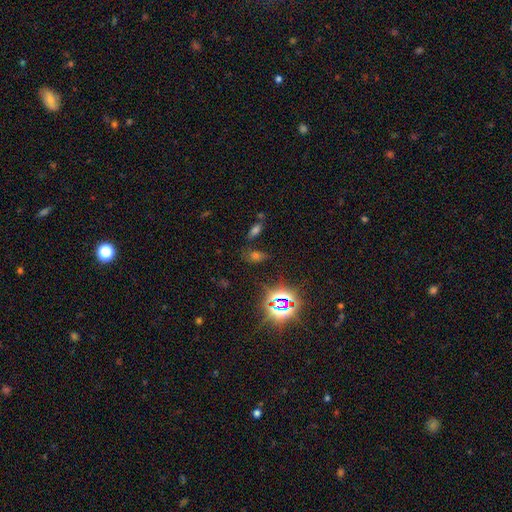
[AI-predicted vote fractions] Smooth or featured? star or artifact (50%)